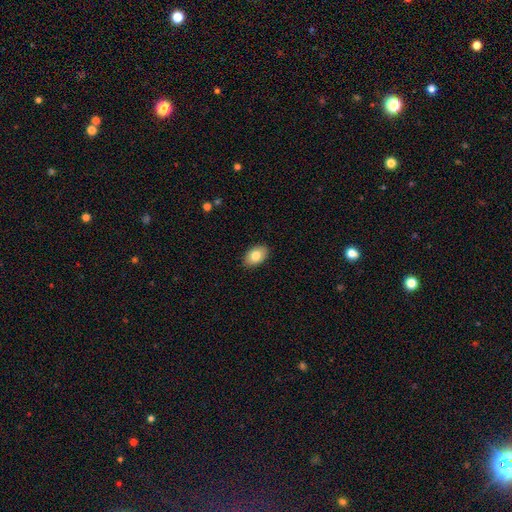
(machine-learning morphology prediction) Q: Smooth or featured?
A: smooth (81%); runner-up: featured or disk (12%)
Q: How rounded?
A: in between (89%); runner-up: round (10%)
Q: Merging?
A: none (88%); runner-up: minor disturbance (9%)